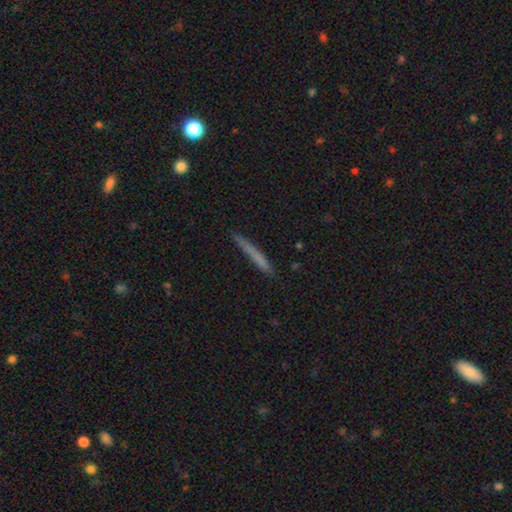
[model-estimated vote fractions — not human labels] A smooth galaxy with no disk features (66%) that is cigar-shaped (96%).

Vote fractions:
- Smooth or featured? smooth: 66% / featured or disk: 27% / star or artifact: 7%
- How rounded? cigar-shaped: 96% / in between: 2% / round: 1%
- Merging? none: 85% / minor disturbance: 11% / major disturbance: 2% / merger: 1%